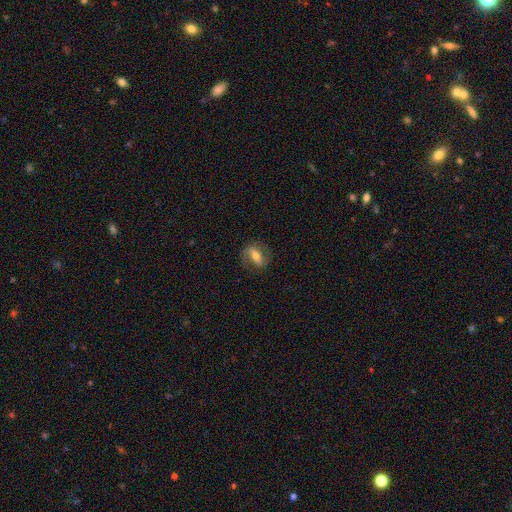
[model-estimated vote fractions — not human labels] Q: Smooth or featured?
A: featured or disk (64%); runner-up: smooth (29%)
Q: Edge-on disk?
A: no (89%); runner-up: yes (11%)
Q: Bar?
A: strong (52%); runner-up: weak (29%)
Q: Spiral arms?
A: yes (79%); runner-up: no (21%)
Q: Bulge size?
A: moderate (62%); runner-up: small (27%)
Q: Merging?
A: none (75%); runner-up: minor disturbance (16%)